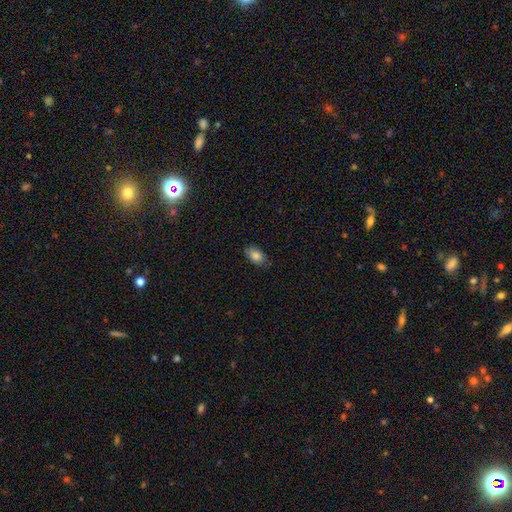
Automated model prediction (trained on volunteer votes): smooth_or_featured: smooth (p=0.83) [alt: featured or disk p=0.09]
how_rounded: in between (p=0.92) [alt: round p=0.06]
merging: none (p=0.80) [alt: minor disturbance p=0.16]